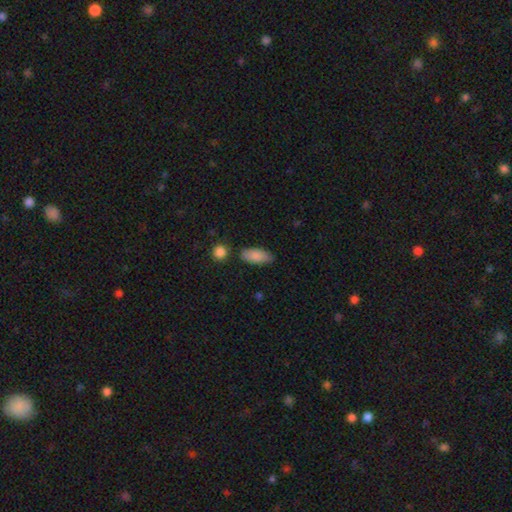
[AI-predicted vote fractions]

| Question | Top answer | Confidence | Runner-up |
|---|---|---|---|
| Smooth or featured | smooth | 86% | featured or disk (7%) |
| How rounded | in between | 87% | cigar-shaped (11%) |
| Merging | none | 76% | minor disturbance (16%) |